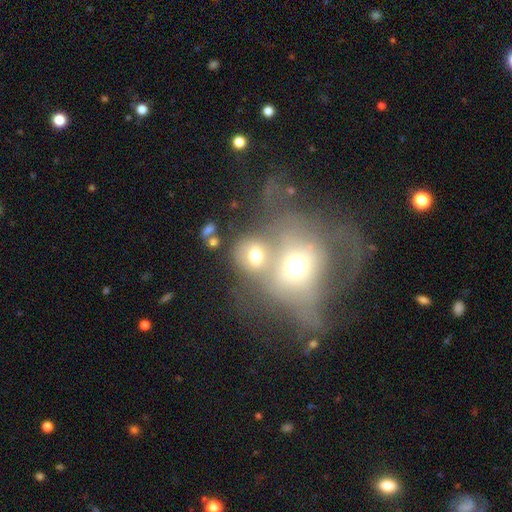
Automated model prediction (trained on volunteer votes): smooth_or_featured: smooth (p=0.66) [alt: featured or disk p=0.18]
how_rounded: round (p=0.71) [alt: in between p=0.27]
merging: merger (p=0.58) [alt: none p=0.25]